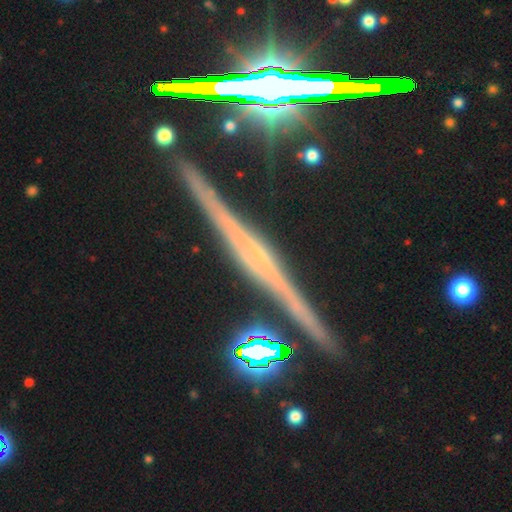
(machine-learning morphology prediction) A featured or disk galaxy (80%) viewed edge-on (98%) with a rounded central bulge (46%).

Vote fractions:
- Smooth or featured? featured or disk: 80% / star or artifact: 12% / smooth: 7%
- Edge-on disk? yes: 98% / no: 2%
- Edge-on bulge? rounded: 46% / none: 31% / boxy: 23%
- Merging? none: 88% / minor disturbance: 8% / merger: 2% / major disturbance: 2%